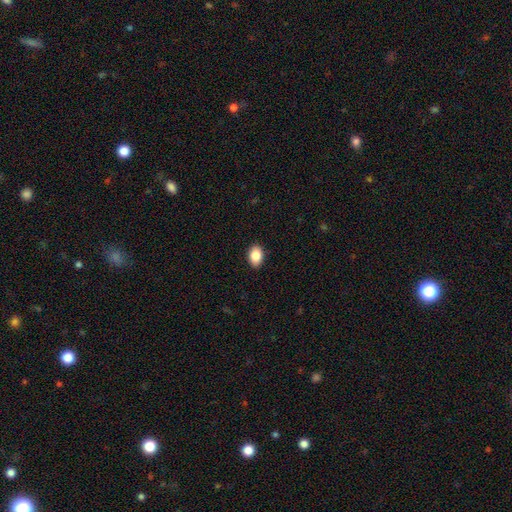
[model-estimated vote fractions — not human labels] Smooth or featured? smooth (87%)
How rounded? in between (85%)
Merging? none (90%)